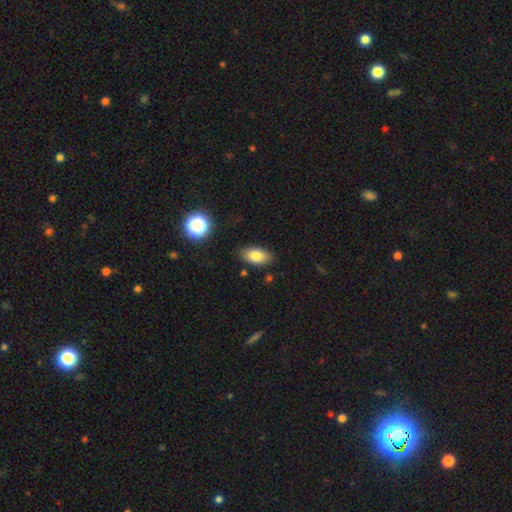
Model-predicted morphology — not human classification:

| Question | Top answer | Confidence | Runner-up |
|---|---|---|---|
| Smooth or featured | smooth | 81% | featured or disk (10%) |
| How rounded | in between | 91% | round (6%) |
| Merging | none | 86% | minor disturbance (10%) |